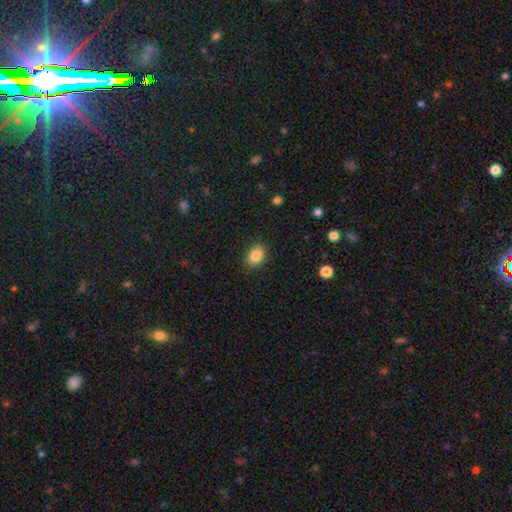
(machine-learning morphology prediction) This appears to be a smooth galaxy with no disk features (86%) that is in between round and cigar-shaped (77%). Merging: none (88%).